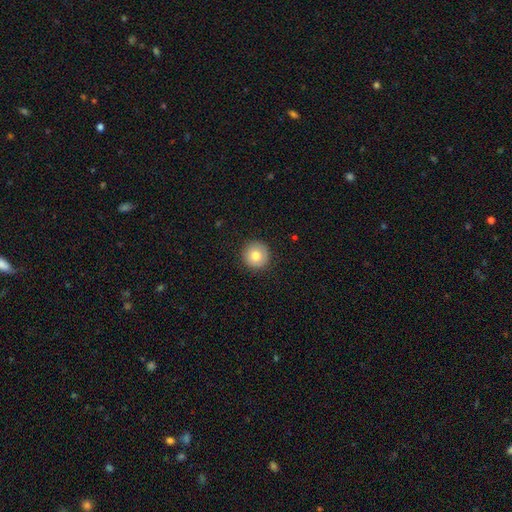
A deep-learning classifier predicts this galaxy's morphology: Overall: smooth (79%). How rounded: round (95%). Merging: none (90%).